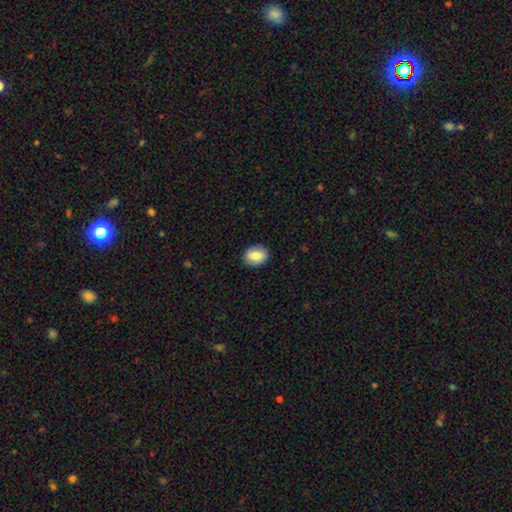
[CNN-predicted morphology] This appears to be a smooth galaxy with no disk features (73%) that is in between round and cigar-shaped (63%). Merging: none (88%).